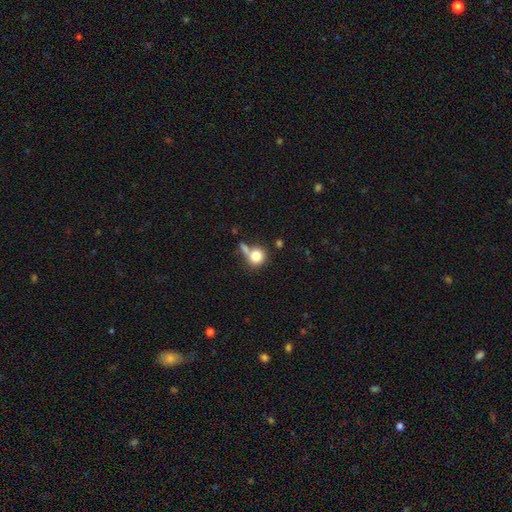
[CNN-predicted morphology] A smooth galaxy with no disk features (81%) that is round (83%).

Vote fractions:
- Smooth or featured? smooth: 81% / featured or disk: 10% / star or artifact: 10%
- How rounded? round: 83% / in between: 15% / cigar-shaped: 2%
- Merging? none: 45% / merger: 30% / minor disturbance: 14% / major disturbance: 10%